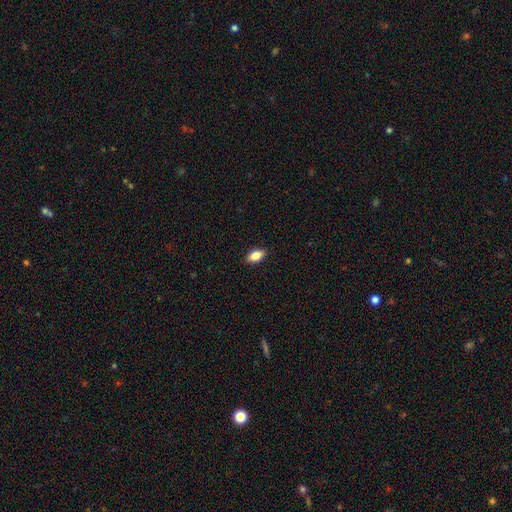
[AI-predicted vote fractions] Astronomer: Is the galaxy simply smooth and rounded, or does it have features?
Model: smooth — 81%.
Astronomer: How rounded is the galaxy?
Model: in between — 89%.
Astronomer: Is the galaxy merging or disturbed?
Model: none — 89%.